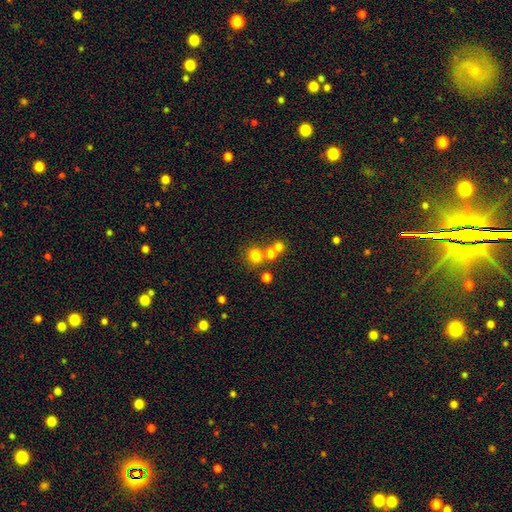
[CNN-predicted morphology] A smooth galaxy with no disk features (75%) that is round (85%). Merging: none (62%).